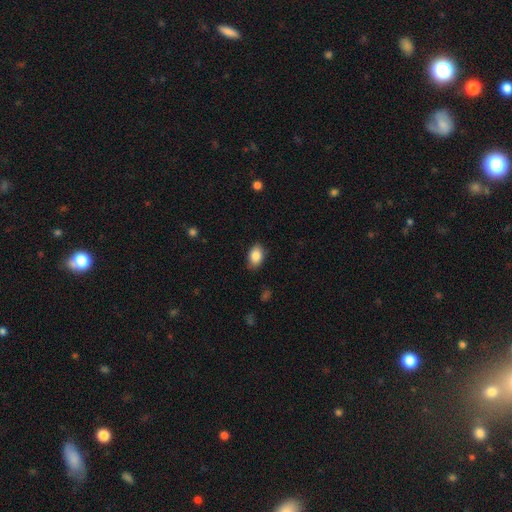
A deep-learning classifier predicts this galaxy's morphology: A smooth galaxy with no disk features (87%) that is in between round and cigar-shaped (86%). Merging: none (84%).